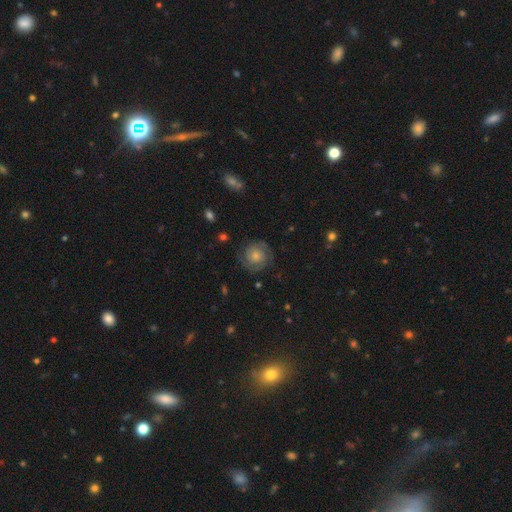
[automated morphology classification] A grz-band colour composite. It shows a featured or disk galaxy (65%) with no bar (76%), 2 (68%) tight (59%) spiral arms (91%) and a small central bulge (50%). Merging: none (79%).